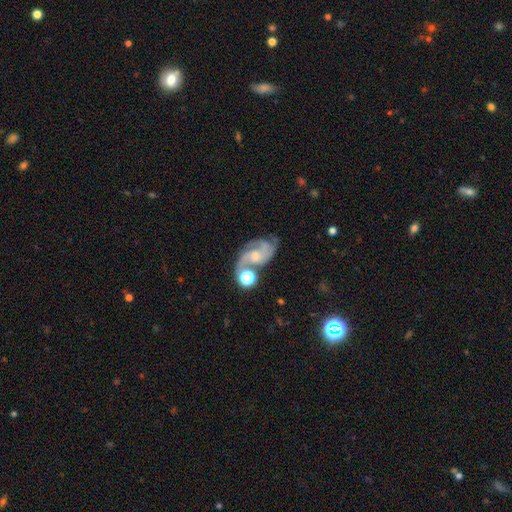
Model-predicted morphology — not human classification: Smooth or featured: featured or disk — 82% (smooth — 11%)
Edge-on disk: no — 97% (yes — 3%)
Bar: no — 59% (weak — 34%)
Spiral arms: yes — 95% (no — 5%)
Spiral winding: medium — 52% (loose — 28%)
Spiral arm count: 2 — 62% (3 — 19%)
Bulge size: small — 48% (moderate — 40%)
Merging: none — 47% (merger — 19%)